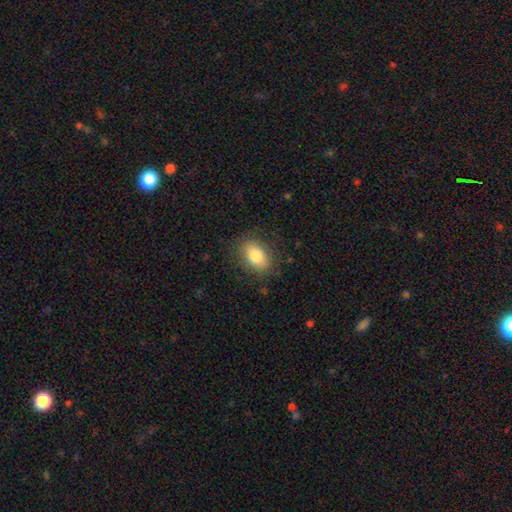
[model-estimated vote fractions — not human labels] This appears to be a smooth galaxy with no disk features (80%) that is in between round and cigar-shaped (80%). Merging: none (82%).